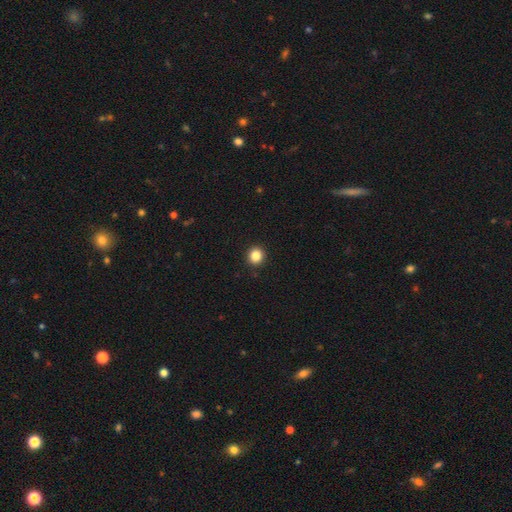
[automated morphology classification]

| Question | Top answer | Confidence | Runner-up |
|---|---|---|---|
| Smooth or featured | smooth | 85% | star or artifact (11%) |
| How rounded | round | 91% | in between (8%) |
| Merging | none | 93% | minor disturbance (4%) |